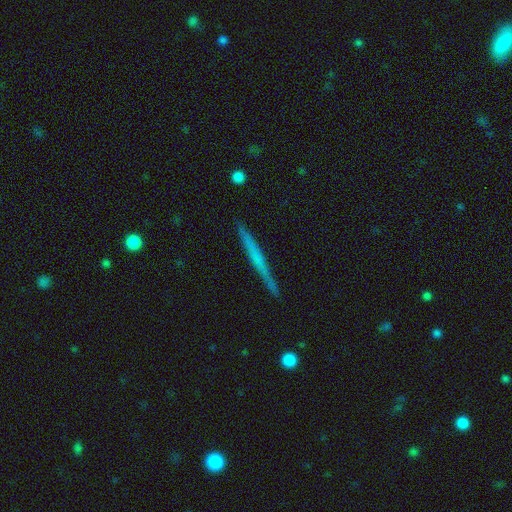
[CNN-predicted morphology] Smooth or featured?
  - featured or disk: 52% *
  - smooth: 42%
  - star or artifact: 6%
Edge-on disk?
  - yes: 97% *
  - no: 3%
Edge-on bulge?
  - none: 81% *
  - rounded: 12%
  - boxy: 7%
Merging?
  - none: 89% *
  - minor disturbance: 8%
  - major disturbance: 2%
  - merger: 1%